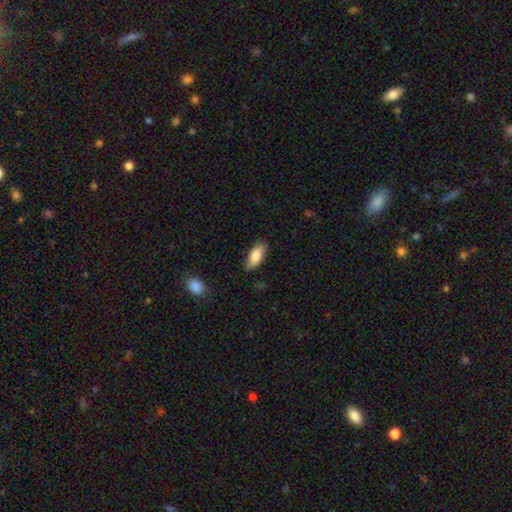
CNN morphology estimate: The model was most divided on "how rounded": in between: 82%, cigar-shaped: 16%, round: 2%. More confident: smooth or featured — smooth (84%); merging — none (82%).